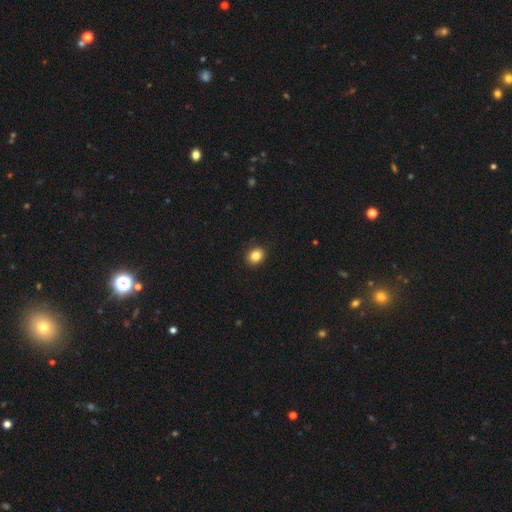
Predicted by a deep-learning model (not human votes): Morphology: type=smooth (85%); roundness=round (57%); merging=none (88%).